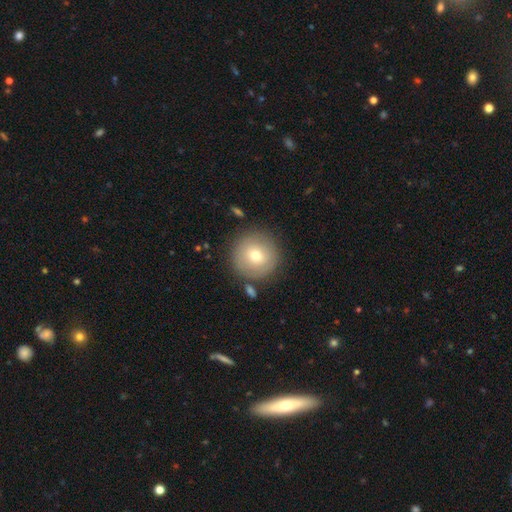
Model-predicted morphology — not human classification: Smooth or featured?
  - smooth: 71% *
  - featured or disk: 20%
  - star or artifact: 9%
How rounded?
  - round: 96% *
  - in between: 3%
  - cigar-shaped: 1%
Merging?
  - none: 84% *
  - minor disturbance: 9%
  - merger: 4%
  - major disturbance: 3%